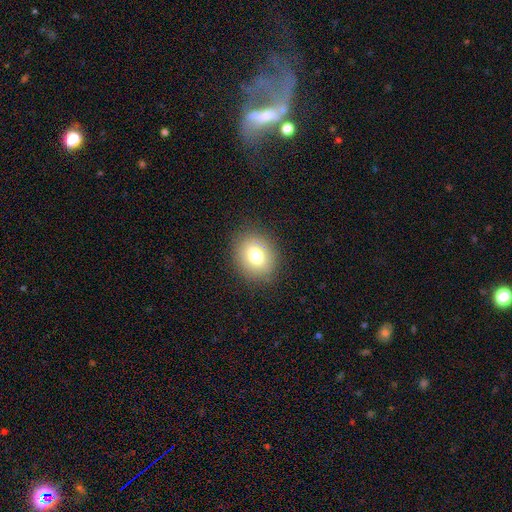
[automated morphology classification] Smooth or featured?
  - smooth: 74% *
  - featured or disk: 14%
  - star or artifact: 12%
How rounded?
  - round: 62% *
  - in between: 38%
  - cigar-shaped: 1%
Merging?
  - none: 86% *
  - minor disturbance: 10%
  - major disturbance: 4%
  - merger: 1%